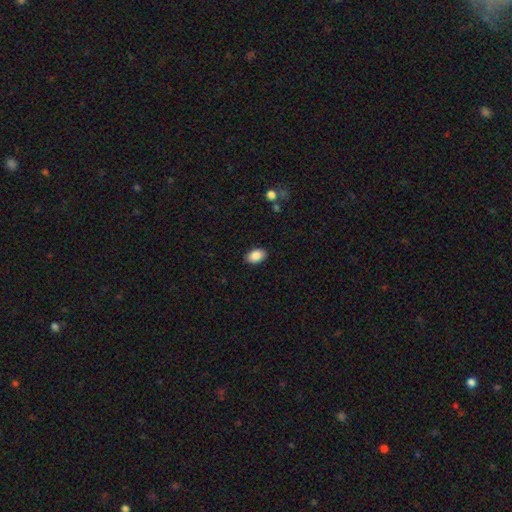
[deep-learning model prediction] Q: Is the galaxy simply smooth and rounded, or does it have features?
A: smooth — 88%.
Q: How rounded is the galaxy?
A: in between — 89%.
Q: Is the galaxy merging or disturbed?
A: none — 89%.